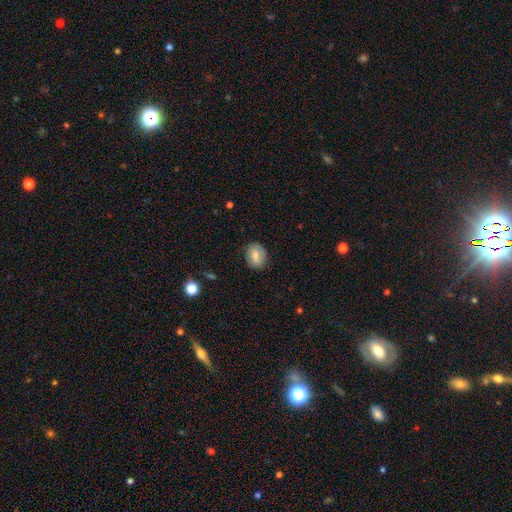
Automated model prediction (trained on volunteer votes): The model was most divided on "how rounded": in between: 58%, round: 41%, cigar-shaped: 1%. More confident: merging — none (82%); smooth or featured — smooth (74%).